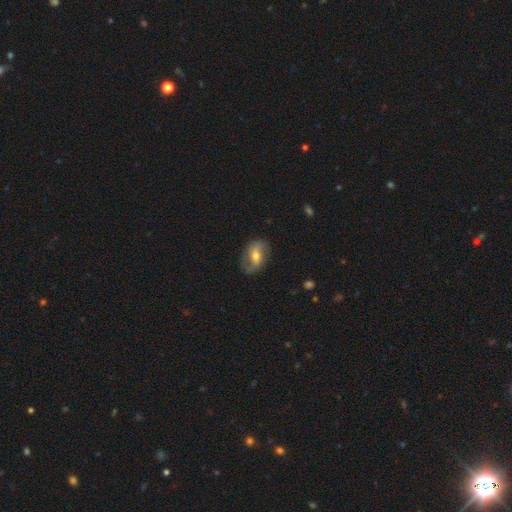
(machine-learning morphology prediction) smooth_or_featured: featured or disk (p=0.59) [alt: smooth p=0.33]
disk_edge_on: no (p=0.94) [alt: yes p=0.06]
bar: weak (p=0.43) [alt: no p=0.31]
has_spiral_arms: yes (p=0.80) [alt: no p=0.20]
bulge_size: moderate (p=0.64) [alt: small p=0.28]
merging: none (p=0.73) [alt: minor disturbance p=0.19]